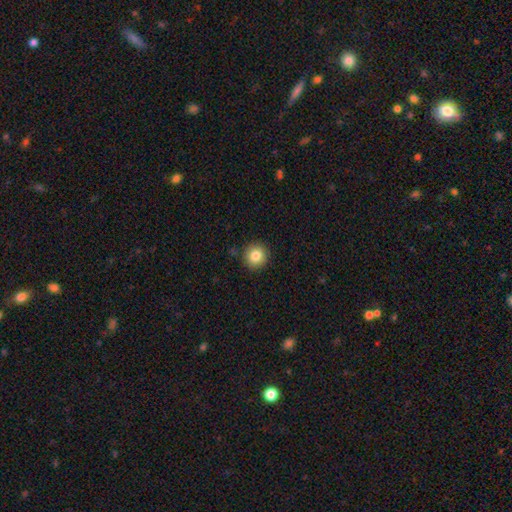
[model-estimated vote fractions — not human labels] Smooth or featured? Predicted: smooth (p=0.84). How rounded? Predicted: round (p=0.93). Merging? Predicted: none (p=0.90).